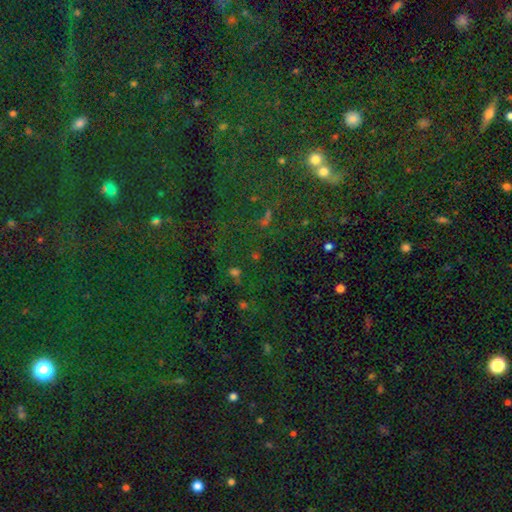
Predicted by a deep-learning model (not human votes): smooth-or-featured: star or artifact: 64% | smooth: 26% | featured or disk: 10%